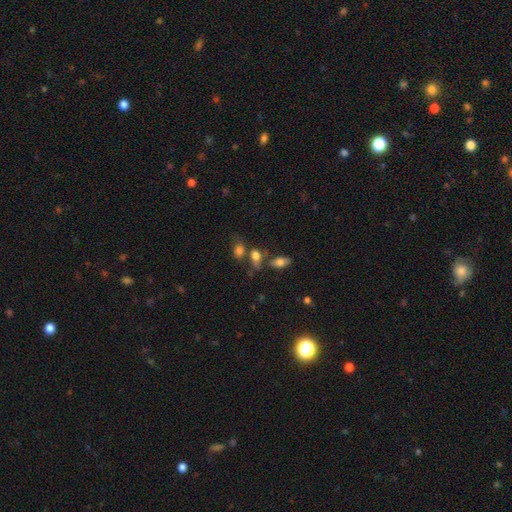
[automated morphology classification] smooth-or-featured: smooth: 76% | star or artifact: 13% | featured or disk: 11%
  how-rounded: in between: 78% | round: 18% | cigar-shaped: 4%
  merging: none: 46% | merger: 27% | minor disturbance: 17% | major disturbance: 10%